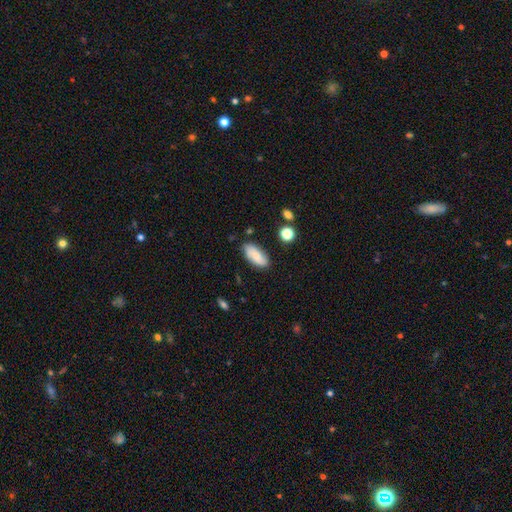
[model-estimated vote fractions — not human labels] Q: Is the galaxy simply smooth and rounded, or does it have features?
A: smooth — 72%.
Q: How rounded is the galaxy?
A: in between — 86%.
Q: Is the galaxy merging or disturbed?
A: none — 79%.